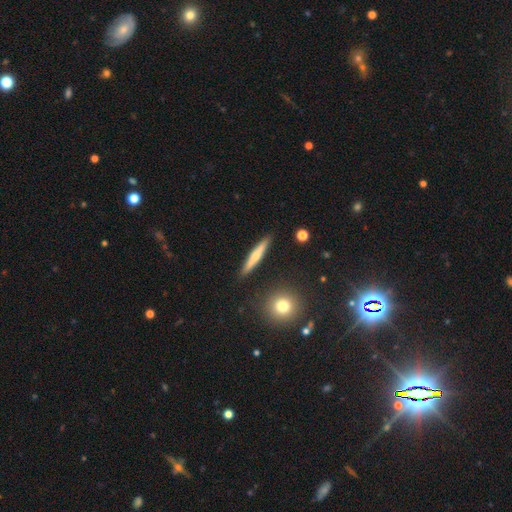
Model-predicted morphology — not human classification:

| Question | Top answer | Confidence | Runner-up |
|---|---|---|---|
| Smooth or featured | smooth | 49% | featured or disk (44%) |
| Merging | none | 89% | minor disturbance (7%) |